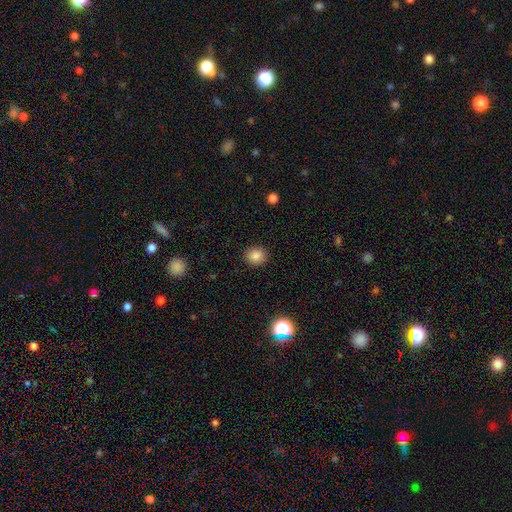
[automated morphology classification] Smooth or featured? Predicted: smooth (p=0.85). How rounded? Predicted: round (p=0.71). Merging? Predicted: none (p=0.90).